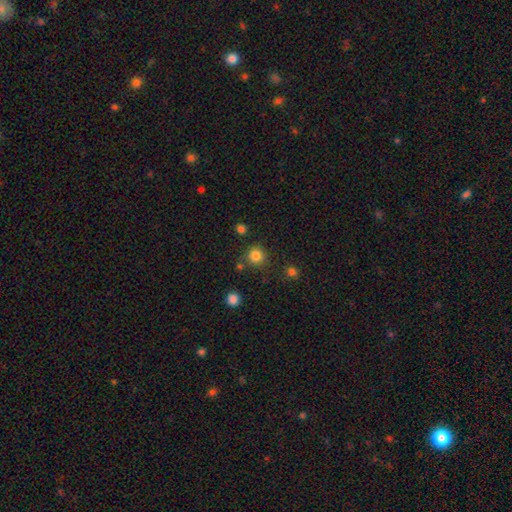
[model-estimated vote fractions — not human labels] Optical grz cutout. It shows a smooth galaxy with no disk features (82%) that is round (93%). Merging: none (84%).